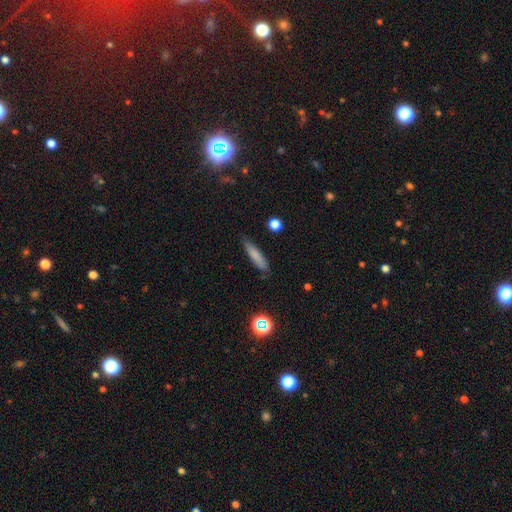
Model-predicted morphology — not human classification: Overall: smooth (77%). How rounded: cigar-shaped (84%). Merging: none (81%).